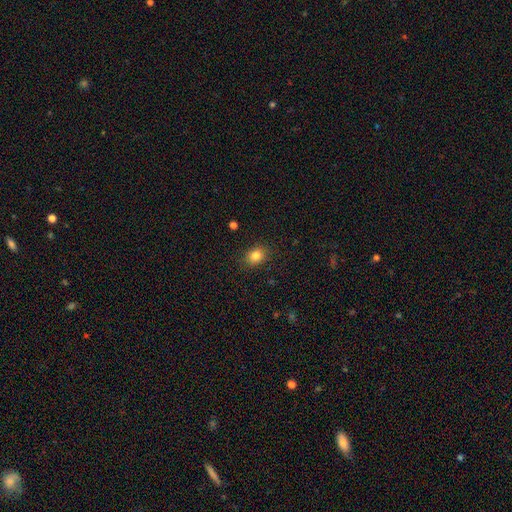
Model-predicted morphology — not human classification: smooth-or-featured: smooth: 83% | star or artifact: 11% | featured or disk: 6%
  how-rounded: in between: 54% | round: 45% | cigar-shaped: 1%
  merging: none: 86% | minor disturbance: 10% | major disturbance: 3% | merger: 1%